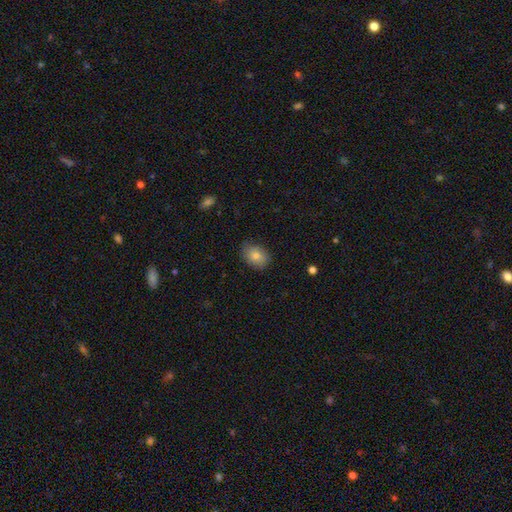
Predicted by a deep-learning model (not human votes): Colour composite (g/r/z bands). It shows a smooth galaxy with no disk features (82%) that is in between round and cigar-shaped (72%). Merging: none (81%).